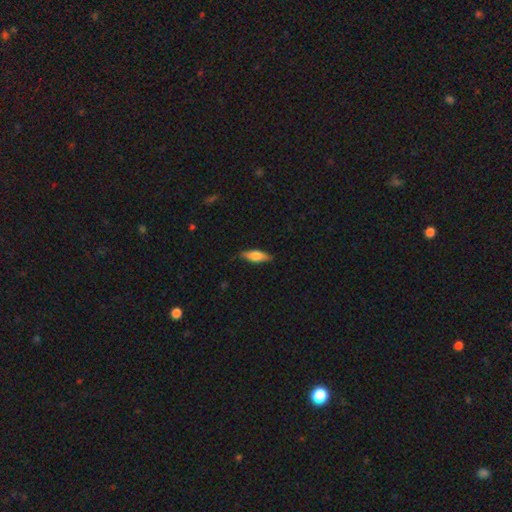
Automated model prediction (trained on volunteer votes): This is likely a smooth galaxy (69%). How rounded: possibly in between (57%). Merging: likely none (79%).